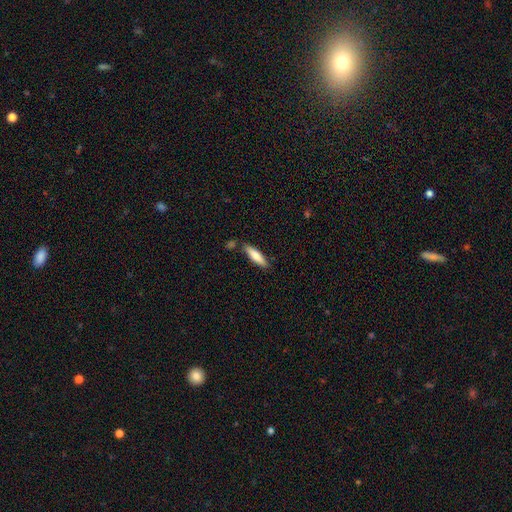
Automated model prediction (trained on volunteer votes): Smooth or featured?
  - smooth: 76% *
  - featured or disk: 19%
  - star or artifact: 6%
How rounded?
  - cigar-shaped: 72% *
  - in between: 27%
  - round: 1%
Merging?
  - none: 81% *
  - minor disturbance: 11%
  - merger: 5%
  - major disturbance: 2%